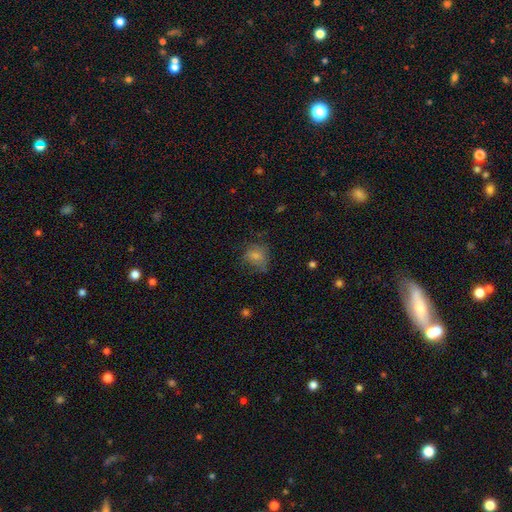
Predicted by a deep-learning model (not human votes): Smooth or featured? smooth (60%)
How rounded? round (54%)
Merging? none (54%)